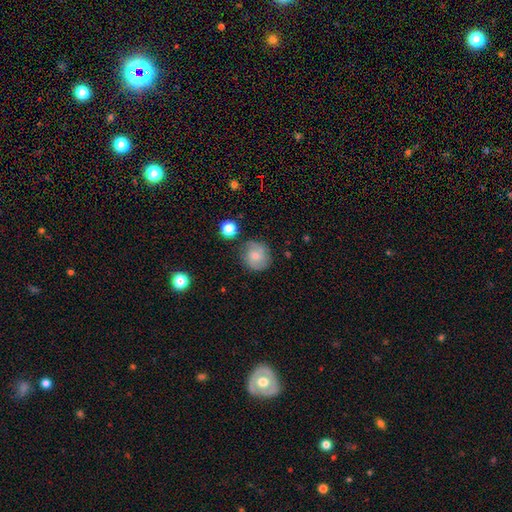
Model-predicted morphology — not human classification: Smooth or featured? Predicted: smooth (p=0.60). How rounded? Predicted: round (p=0.88). Merging? Predicted: none (p=0.75).